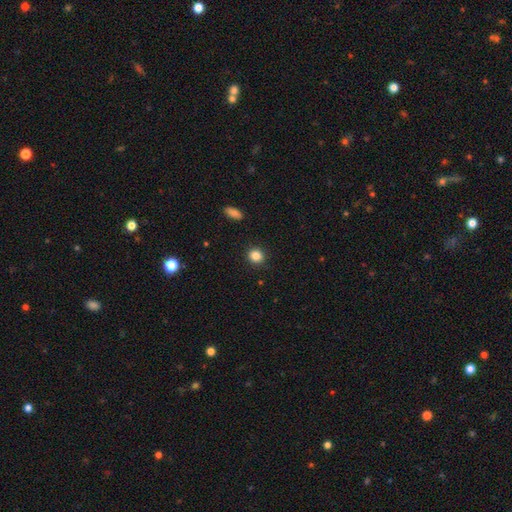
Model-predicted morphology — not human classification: type=smooth (85%); roundness=round (87%); merging=none (91%).